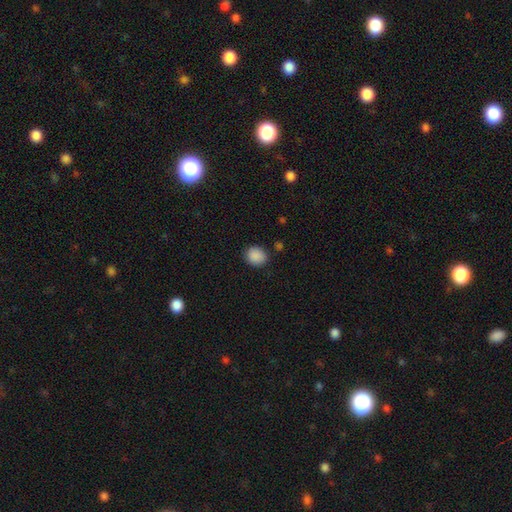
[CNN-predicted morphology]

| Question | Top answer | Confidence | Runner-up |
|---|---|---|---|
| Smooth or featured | smooth | 89% | star or artifact (8%) |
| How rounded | round | 75% | in between (24%) |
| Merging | none | 85% | minor disturbance (10%) |